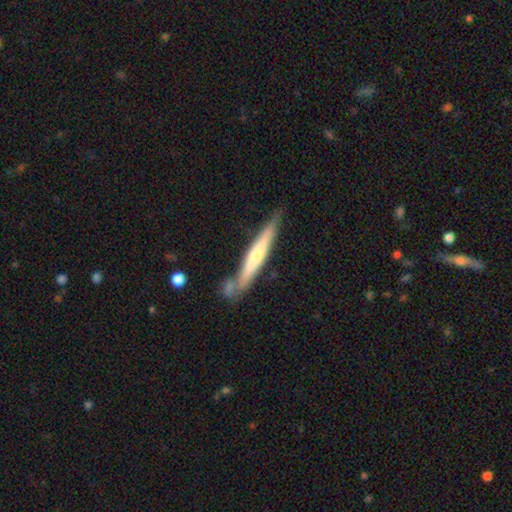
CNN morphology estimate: Smooth or featured? Predicted: featured or disk (p=0.57). Edge-on disk? Predicted: yes (p=0.92). Edge-on bulge? Predicted: rounded (p=0.49). Merging? Predicted: none (p=0.73).